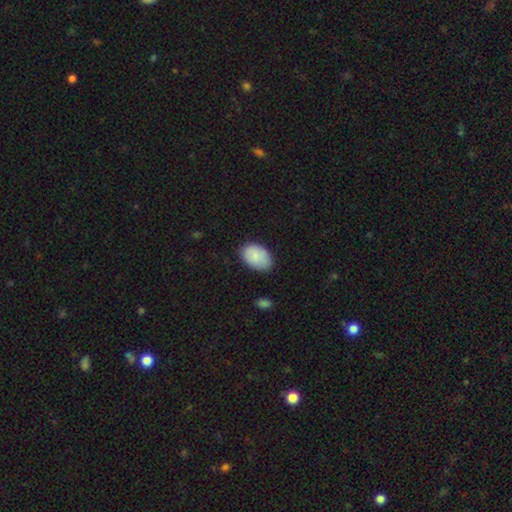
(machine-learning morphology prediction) smooth 85%, featured or disk 8%, star or artifact 7%. Down the decision tree: how rounded — in between (89%); merging — none (77%).